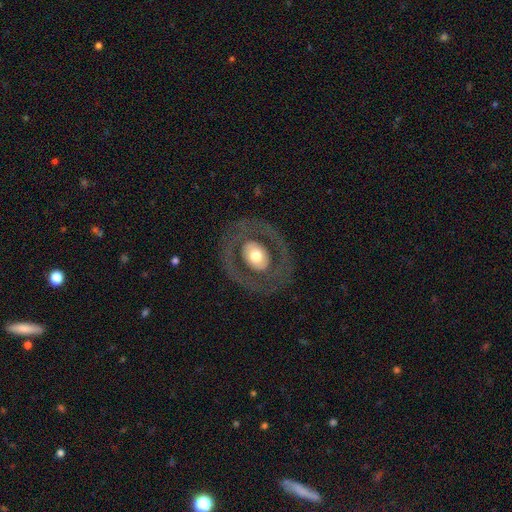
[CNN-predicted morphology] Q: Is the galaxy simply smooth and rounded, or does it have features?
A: featured or disk — 57%.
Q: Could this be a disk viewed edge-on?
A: no — 94%.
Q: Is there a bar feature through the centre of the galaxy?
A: no — 81%.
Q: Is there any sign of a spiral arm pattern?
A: no — 81%.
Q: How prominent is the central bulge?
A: moderate — 57%.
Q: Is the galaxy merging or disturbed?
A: none — 80%.